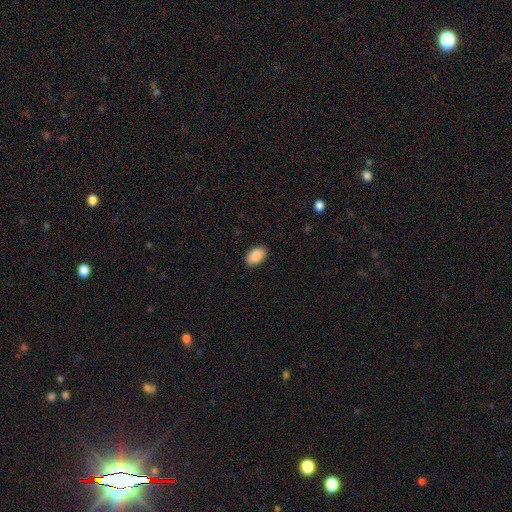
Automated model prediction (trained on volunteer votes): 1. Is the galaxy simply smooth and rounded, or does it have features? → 87% smooth, 7% star or artifact, 6% featured or disk.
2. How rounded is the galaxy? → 89% in between, 10% round, 1% cigar-shaped.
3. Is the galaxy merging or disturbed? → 89% none, 8% minor disturbance, 2% major disturbance, 1% merger.